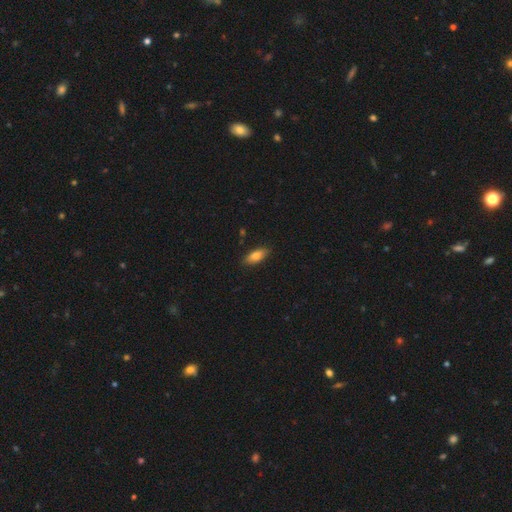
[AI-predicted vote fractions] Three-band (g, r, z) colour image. It shows a smooth galaxy with no disk features (80%) that is in between round and cigar-shaped (81%). Merging: none (86%).